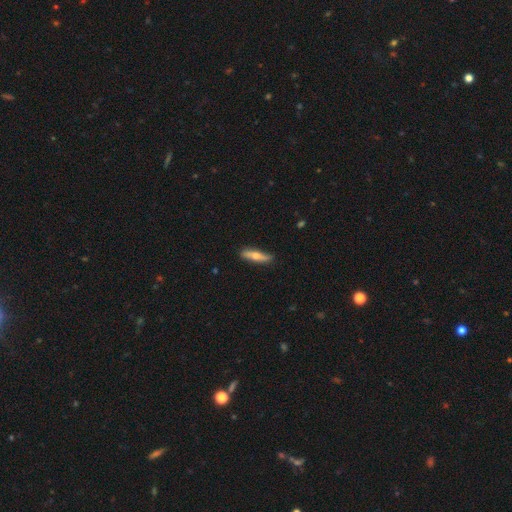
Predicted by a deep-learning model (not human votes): Q: Smooth or featured?
A: smooth (49%); runner-up: featured or disk (45%)
Q: Merging?
A: none (83%); runner-up: minor disturbance (13%)